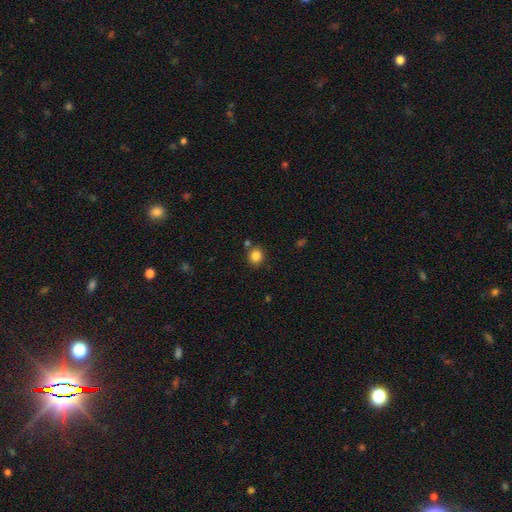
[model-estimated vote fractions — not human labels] The model was most divided on "how rounded": round: 83%, in between: 16%, cigar-shaped: 1%. More confident: smooth or featured — smooth (84%); merging — none (80%).